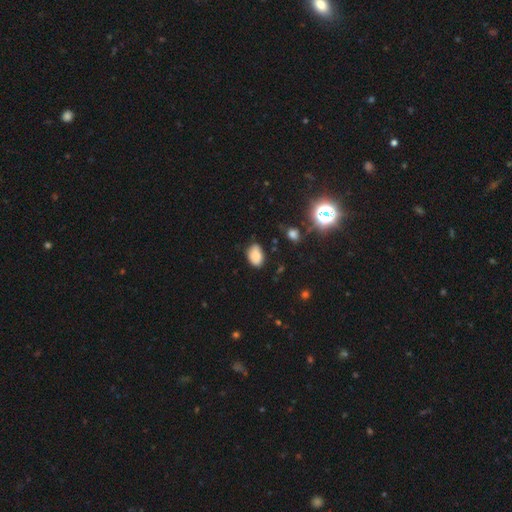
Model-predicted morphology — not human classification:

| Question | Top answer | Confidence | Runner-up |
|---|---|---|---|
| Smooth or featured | smooth | 83% | star or artifact (11%) |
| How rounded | in between | 85% | round (13%) |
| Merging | none | 75% | minor disturbance (20%) |